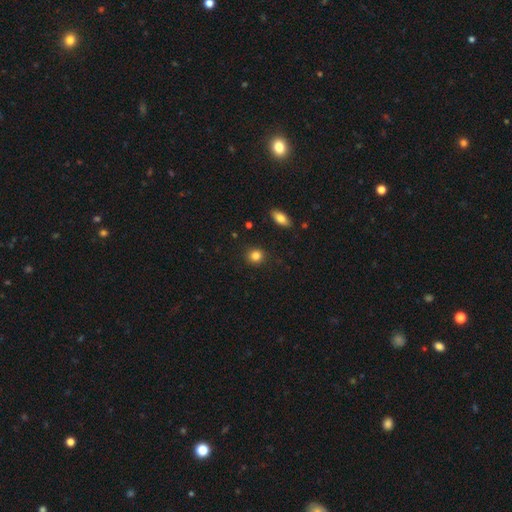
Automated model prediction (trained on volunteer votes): The model was most divided on "how rounded": round: 84%, in between: 15%, cigar-shaped: 1%. More confident: merging — none (90%); smooth or featured — smooth (85%).